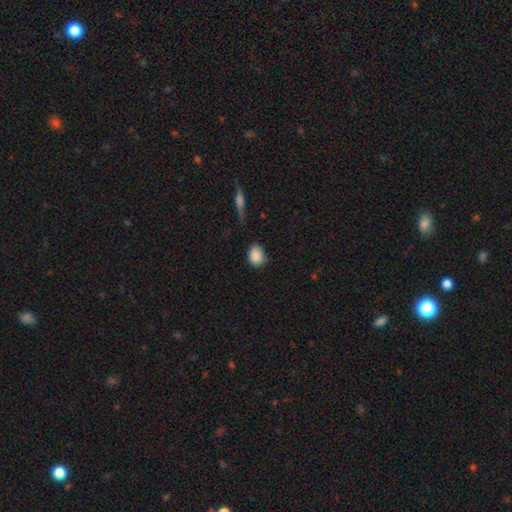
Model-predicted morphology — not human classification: Smooth or featured: smooth — 88% (star or artifact — 8%)
How rounded: in between — 56% (round — 43%)
Merging: none — 79% (minor disturbance — 16%)